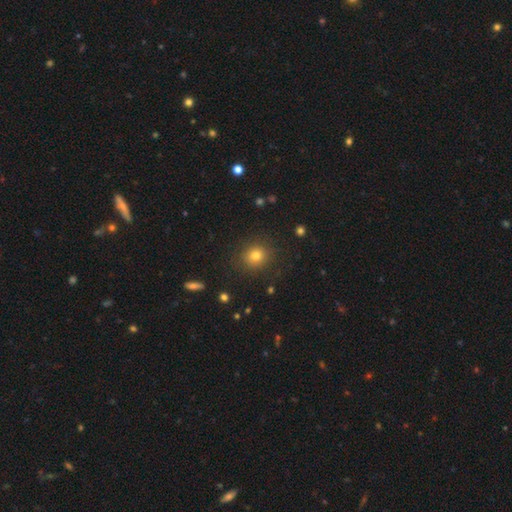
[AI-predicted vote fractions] This is likely a smooth galaxy (77%). How rounded: clearly round (88%). Merging: clearly none (88%).